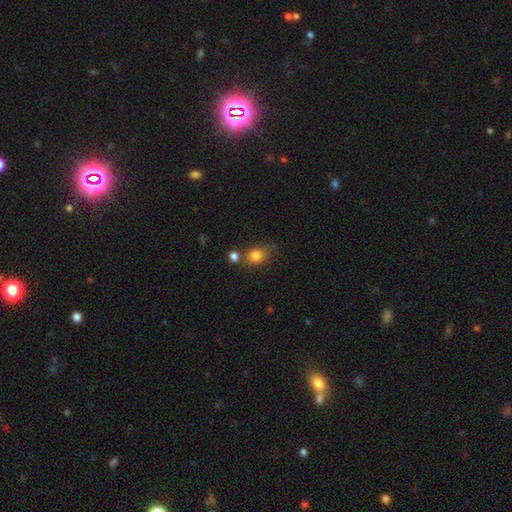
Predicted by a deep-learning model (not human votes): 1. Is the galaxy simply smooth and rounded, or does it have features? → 82% smooth, 11% star or artifact, 8% featured or disk.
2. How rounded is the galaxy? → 54% round, 45% in between, 2% cigar-shaped.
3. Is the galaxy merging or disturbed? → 56% none, 19% minor disturbance, 18% merger, 7% major disturbance.